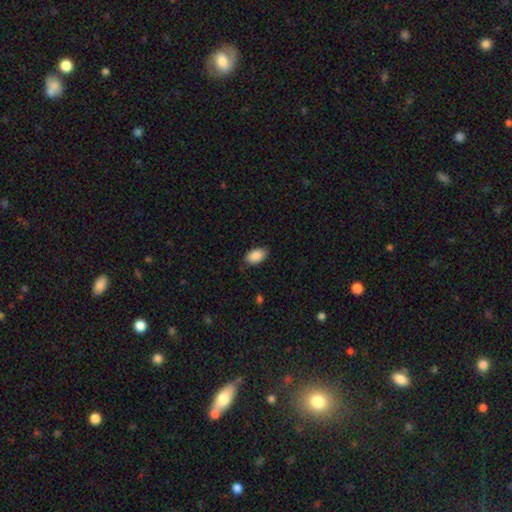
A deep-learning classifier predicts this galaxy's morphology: Smooth or featured?
  - smooth: 90% *
  - star or artifact: 7%
  - featured or disk: 4%
How rounded?
  - in between: 93% *
  - round: 6%
  - cigar-shaped: 1%
Merging?
  - none: 82% *
  - minor disturbance: 14%
  - major disturbance: 3%
  - merger: 1%